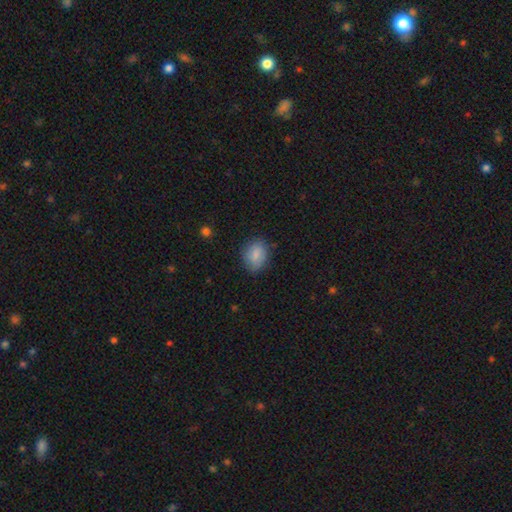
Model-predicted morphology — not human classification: A smooth galaxy with no disk features (83%) that is in between round and cigar-shaped (63%).

Vote fractions:
- Smooth or featured? smooth: 83% / featured or disk: 9% / star or artifact: 7%
- How rounded? in between: 63% / round: 36% / cigar-shaped: 1%
- Merging? none: 78% / minor disturbance: 17% / major disturbance: 4% / merger: 1%